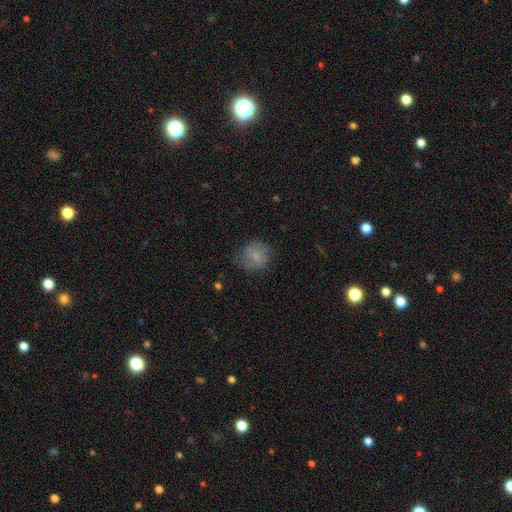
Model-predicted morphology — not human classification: smooth 74%, featured or disk 16%, star or artifact 10%. Down the decision tree: how rounded — round (83%); merging — none (69%).